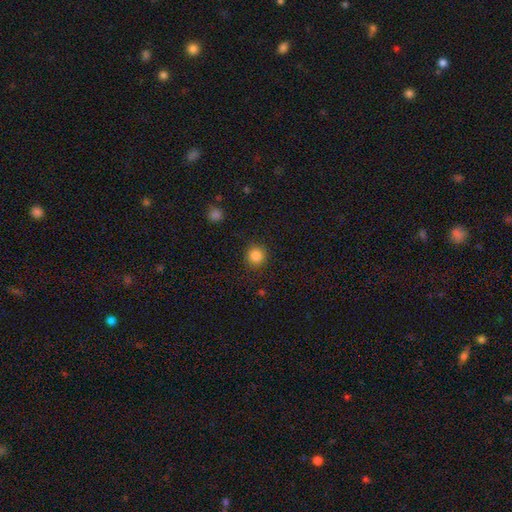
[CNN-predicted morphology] Smooth or featured: smooth — 86% (star or artifact — 10%)
How rounded: round — 91% (in between — 8%)
Merging: none — 87% (minor disturbance — 8%)